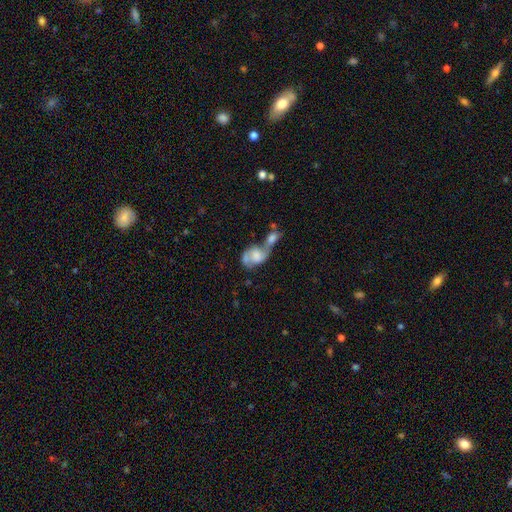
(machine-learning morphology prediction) Smooth or featured?
  - featured or disk: 56% *
  - smooth: 36%
  - star or artifact: 9%
Edge-on disk?
  - no: 96% *
  - yes: 4%
Bar?
  - no: 67% *
  - weak: 26%
  - strong: 7%
Spiral arms?
  - yes: 73% *
  - no: 27%
Bulge size?
  - moderate: 29% *
  - none: 26%
  - small: 23%
  - large: 17%
  - dominant: 4%
Merging?
  - merger: 68% *
  - none: 13%
  - major disturbance: 11%
  - minor disturbance: 8%